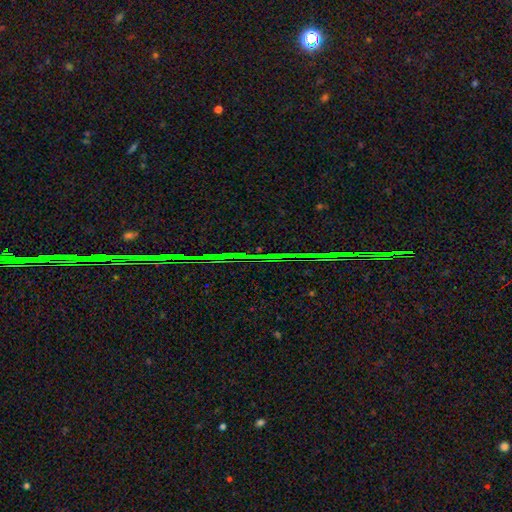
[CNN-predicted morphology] Overall: star or artifact (87%).